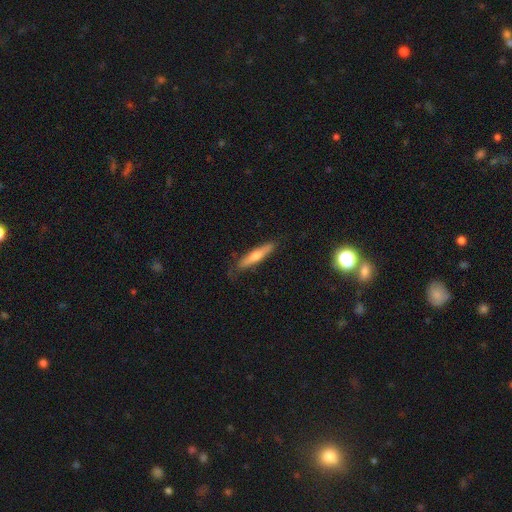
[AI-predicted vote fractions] Smooth or featured: smooth — 46% (tied with featured or disk — 46%)
Merging: none — 81% (minor disturbance — 15%)